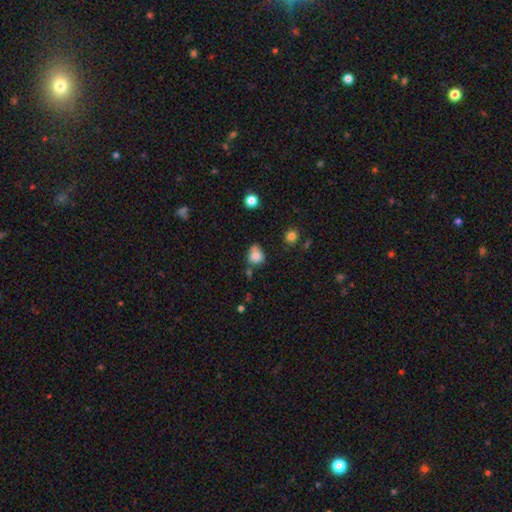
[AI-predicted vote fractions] smooth 82%, star or artifact 11%, featured or disk 7%. Down the decision tree: how rounded — round (60%); merging — none (55%).